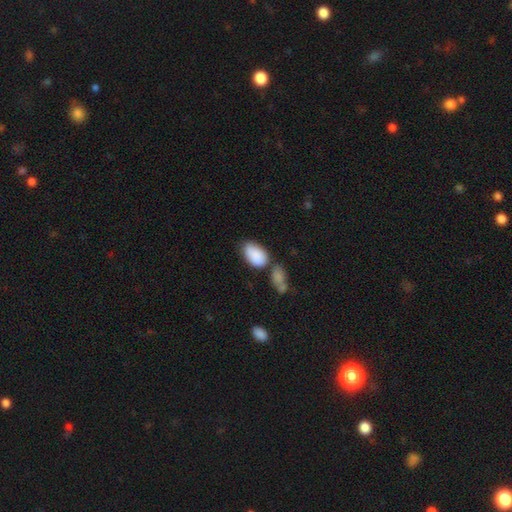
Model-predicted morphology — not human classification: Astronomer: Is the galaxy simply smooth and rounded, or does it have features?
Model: smooth — 86%.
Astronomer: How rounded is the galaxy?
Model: in between — 92%.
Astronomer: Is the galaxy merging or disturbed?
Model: none — 47% (runner-up: merger, 24%).